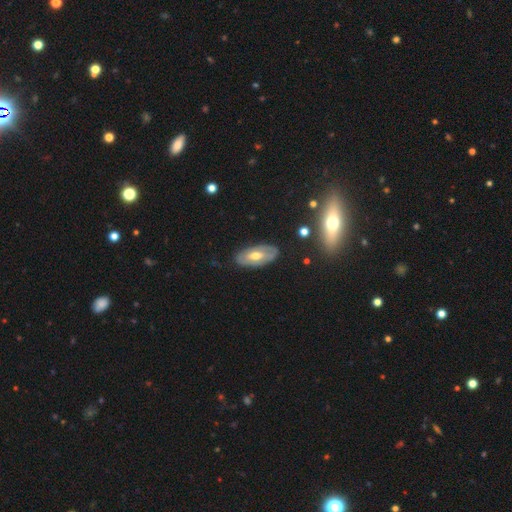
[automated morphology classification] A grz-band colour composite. It shows a featured or disk galaxy (62%) with no bar (44%), spiral arms (51%) and a moderate central bulge (73%). Merging: none (78%).